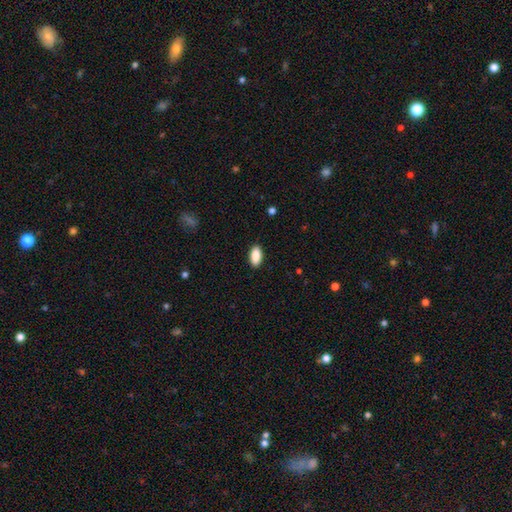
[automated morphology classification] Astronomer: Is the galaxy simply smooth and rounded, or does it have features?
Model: smooth — 90%.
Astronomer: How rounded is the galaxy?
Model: in between — 91%.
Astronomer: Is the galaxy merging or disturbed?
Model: none — 90%.